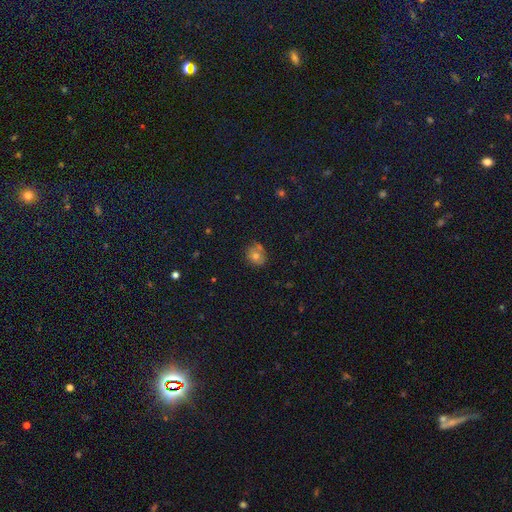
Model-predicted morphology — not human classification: A smooth galaxy with no disk features (63%) that is round (78%).

Vote fractions:
- Smooth or featured? smooth: 63% / star or artifact: 20% / featured or disk: 17%
- How rounded? round: 78% / in between: 21% / cigar-shaped: 1%
- Merging? none: 72% / minor disturbance: 17% / merger: 7% / major disturbance: 4%